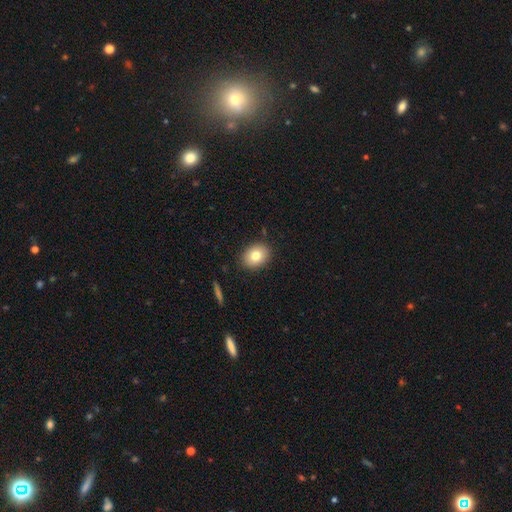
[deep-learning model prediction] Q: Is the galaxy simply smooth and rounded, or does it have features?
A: smooth — 78%.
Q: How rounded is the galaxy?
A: in between — 56%.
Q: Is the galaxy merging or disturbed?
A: none — 89%.